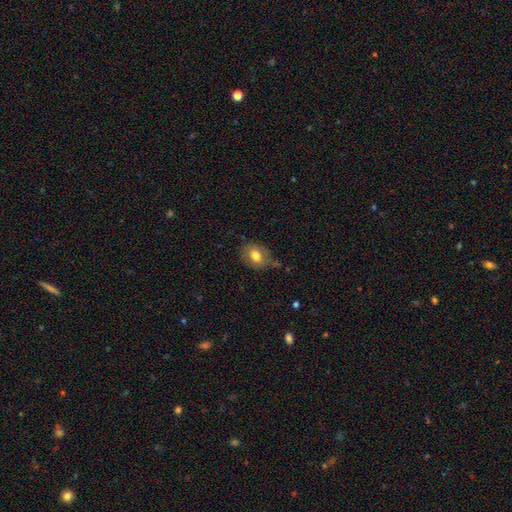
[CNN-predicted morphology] A smooth galaxy with no disk features (75%) that is in between round and cigar-shaped (57%).

Vote fractions:
- Smooth or featured? smooth: 75% / featured or disk: 16% / star or artifact: 8%
- How rounded? in between: 57% / round: 42% / cigar-shaped: 1%
- Merging? none: 66% / minor disturbance: 23% / major disturbance: 6% / merger: 5%